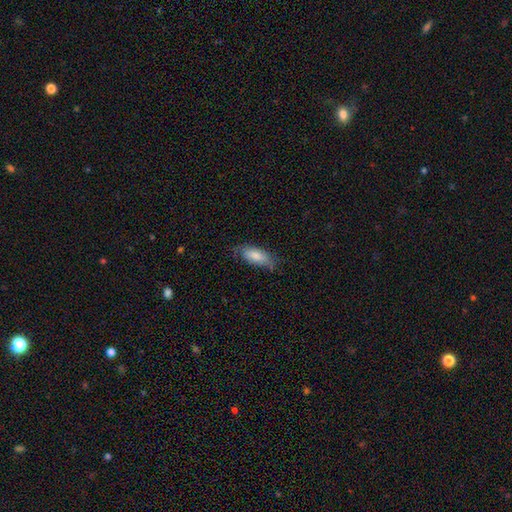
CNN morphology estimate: A smooth galaxy with no disk features (78%) that is in between round and cigar-shaped (80%).

Vote fractions:
- Smooth or featured? smooth: 78% / featured or disk: 16% / star or artifact: 6%
- How rounded? in between: 80% / cigar-shaped: 18% / round: 2%
- Merging? none: 64% / minor disturbance: 28% / major disturbance: 7% / merger: 2%